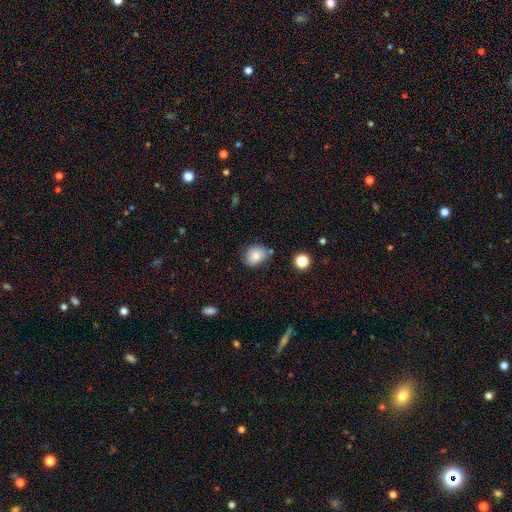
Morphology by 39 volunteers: Q: Smooth or featured?
A: smooth (85%); runner-up: featured or disk (8%)
Q: How rounded?
A: round (73%); runner-up: in between (27%)
Q: Merging?
A: none (61%); runner-up: minor disturbance (19%)